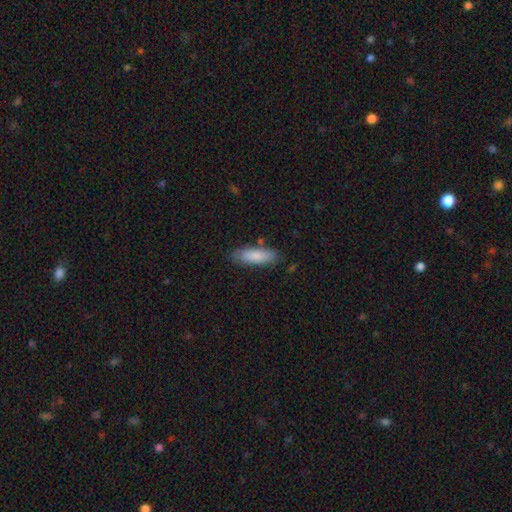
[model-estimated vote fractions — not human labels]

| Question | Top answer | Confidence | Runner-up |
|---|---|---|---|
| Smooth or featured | smooth | 84% | featured or disk (10%) |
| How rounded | in between | 54% | cigar-shaped (44%) |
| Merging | none | 81% | minor disturbance (14%) |